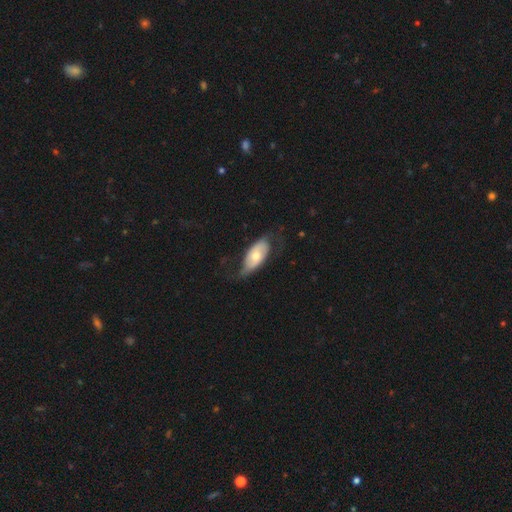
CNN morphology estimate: smooth_or_featured: featured or disk (p=0.49) [alt: smooth p=0.46]
merging: none (p=0.58) [alt: minor disturbance p=0.26]